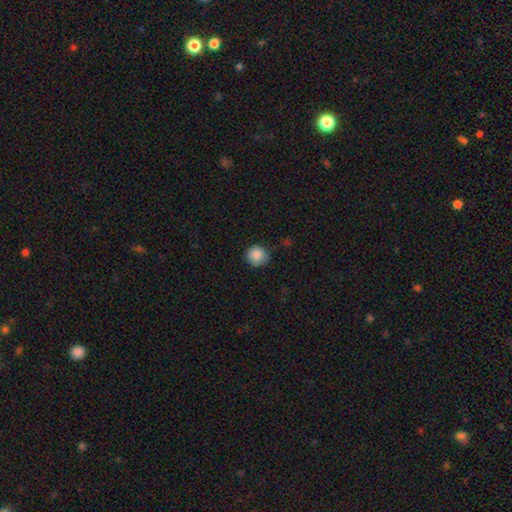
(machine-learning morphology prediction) type=smooth (87%); roundness=round (92%); merging=none (81%).